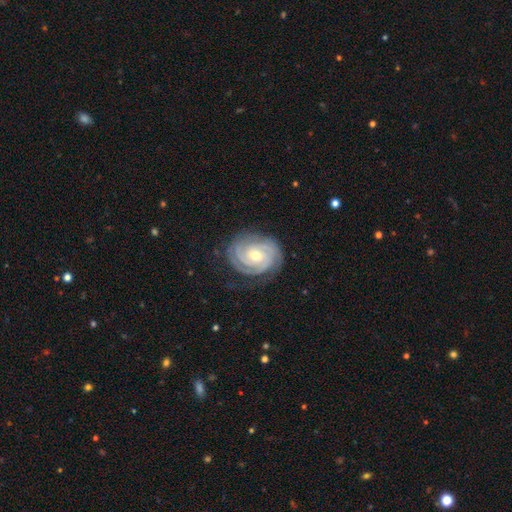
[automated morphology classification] smooth_or_featured: featured or disk (p=0.91) [alt: smooth p=0.05]
disk_edge_on: no (p=0.98) [alt: yes p=0.02]
bar: no (p=0.65) [alt: weak p=0.27]
has_spiral_arms: yes (p=0.98) [alt: no p=0.02]
spiral_winding: tight (p=0.82) [alt: medium p=0.16]
spiral_arm_count: 3 (p=0.39) [alt: 2 p=0.21]
bulge_size: moderate (p=0.54) [alt: small p=0.43]
merging: none (p=0.80) [alt: minor disturbance p=0.14]